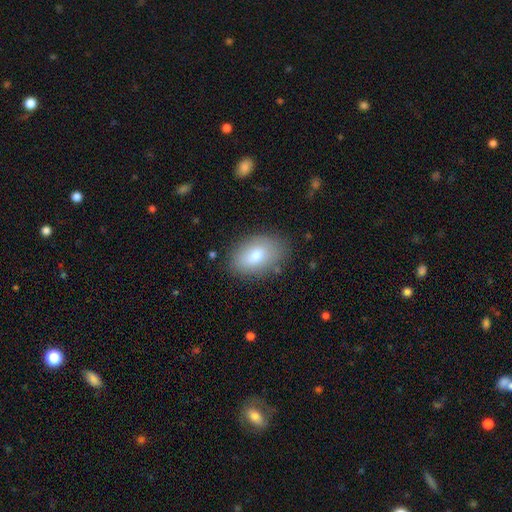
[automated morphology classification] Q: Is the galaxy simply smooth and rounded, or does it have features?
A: smooth — 75%.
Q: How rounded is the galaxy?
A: in between — 88%.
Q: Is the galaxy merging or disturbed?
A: none — 84%.